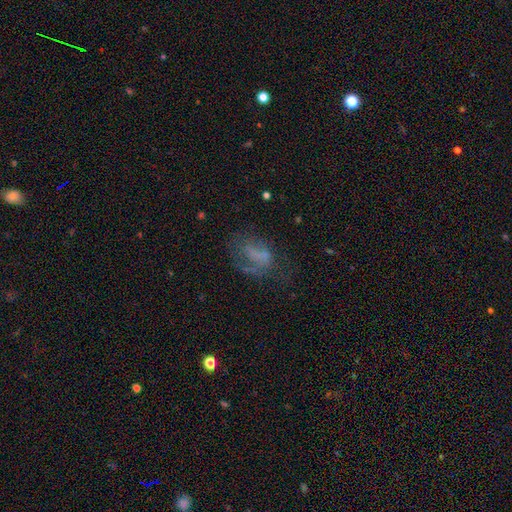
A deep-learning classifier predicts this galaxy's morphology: The model was most divided on "smooth or featured": featured or disk: 44%, smooth: 38%, star or artifact: 17%. Remaining: merging — none (40%).